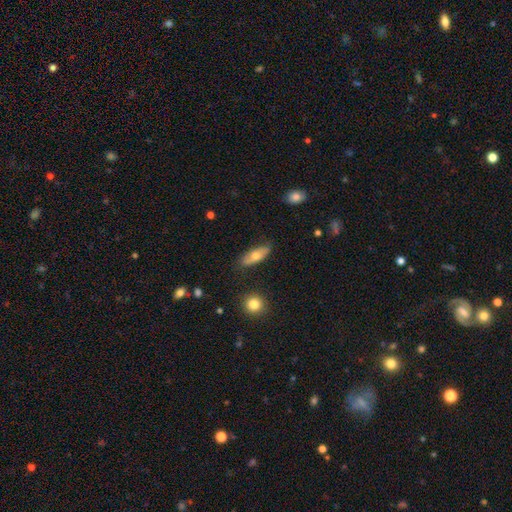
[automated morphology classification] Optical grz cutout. It shows a smooth galaxy with no disk features (57%) that is in between round and cigar-shaped (65%). Merging: none (80%).